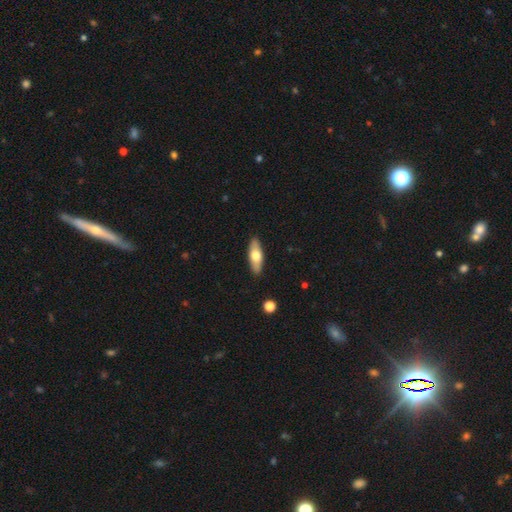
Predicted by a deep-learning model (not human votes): The model was most divided on "smooth or featured": smooth: 60%, featured or disk: 35%, star or artifact: 5%. More confident: merging — none (89%); how rounded — in between (61%).